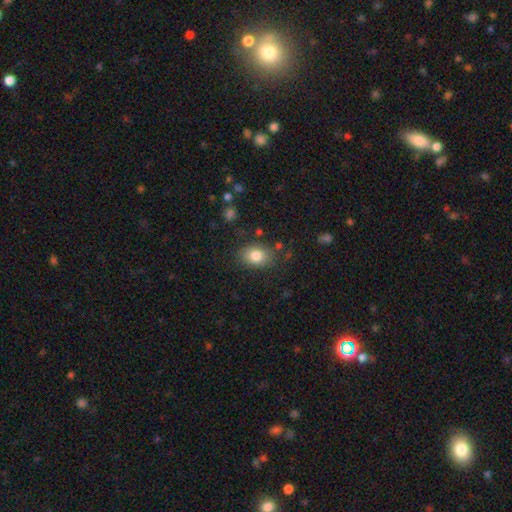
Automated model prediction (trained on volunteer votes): Smooth or featured: smooth — 82% (star or artifact — 9%)
How rounded: in between — 69% (round — 30%)
Merging: none — 80% (minor disturbance — 14%)